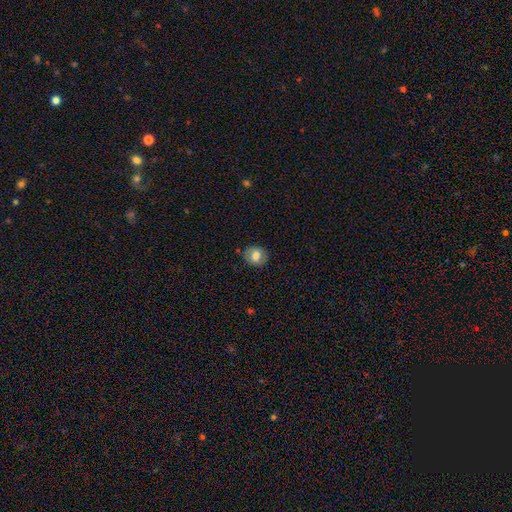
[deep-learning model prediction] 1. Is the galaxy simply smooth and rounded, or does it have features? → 77% smooth, 14% featured or disk, 9% star or artifact.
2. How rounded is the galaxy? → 76% round, 23% in between, 1% cigar-shaped.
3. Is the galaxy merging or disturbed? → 84% none, 12% minor disturbance, 3% major disturbance, 2% merger.